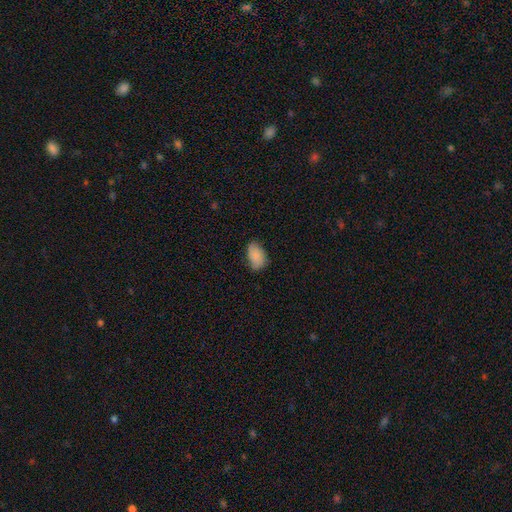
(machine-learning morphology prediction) A smooth galaxy with no disk features (86%) that is in between round and cigar-shaped (91%). Merging: none (69%).